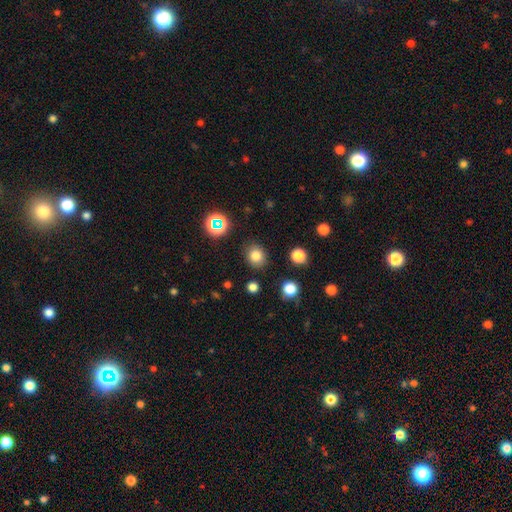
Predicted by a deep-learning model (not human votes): smooth 78%, star or artifact 15%, featured or disk 7%. Down the decision tree: how rounded — round (74%); merging — none (86%).